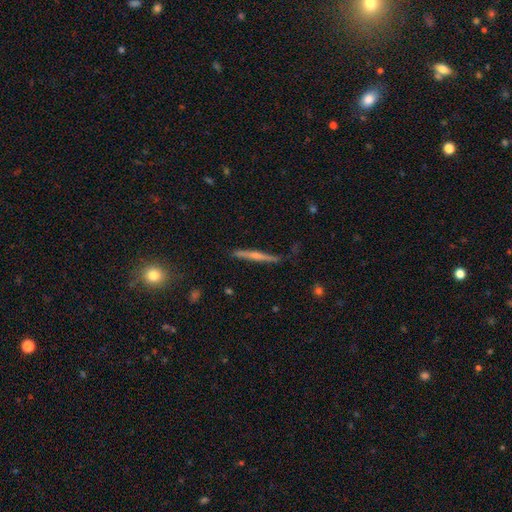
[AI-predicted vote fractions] Q: Smooth or featured?
A: featured or disk (60%); runner-up: smooth (33%)
Q: Edge-on disk?
A: yes (97%); runner-up: no (3%)
Q: Edge-on bulge?
A: rounded (52%); runner-up: none (37%)
Q: Merging?
A: none (83%); runner-up: minor disturbance (13%)